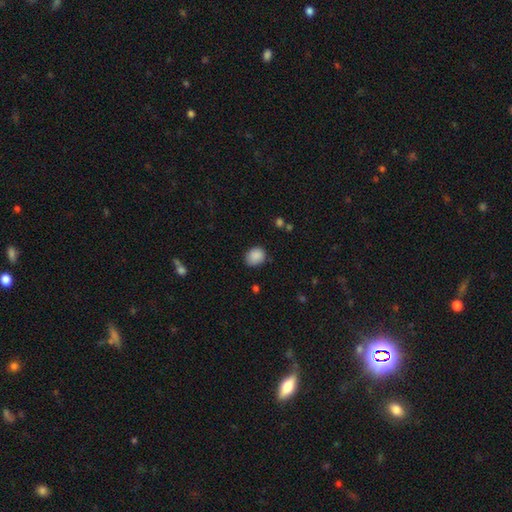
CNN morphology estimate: Smooth or featured? Predicted: smooth (p=0.89). How rounded? Predicted: round (p=0.51). Merging? Predicted: none (p=0.80).